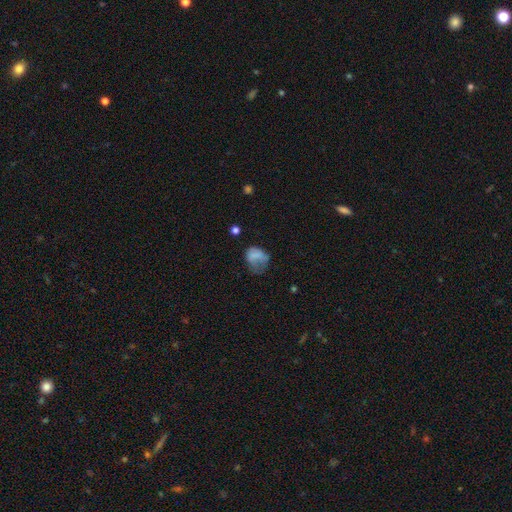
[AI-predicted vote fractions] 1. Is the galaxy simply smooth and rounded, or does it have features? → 70% smooth, 18% featured or disk, 12% star or artifact.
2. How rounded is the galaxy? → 60% in between, 39% round, 1% cigar-shaped.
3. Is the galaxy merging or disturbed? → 39% major disturbance, 31% minor disturbance, 27% none, 3% merger.